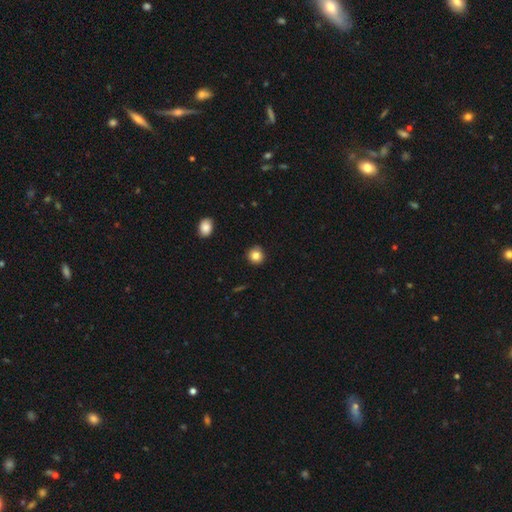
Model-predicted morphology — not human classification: The model was most divided on "smooth or featured": smooth: 83%, star or artifact: 10%, featured or disk: 7%. More confident: how rounded — round (91%); merging — none (90%).